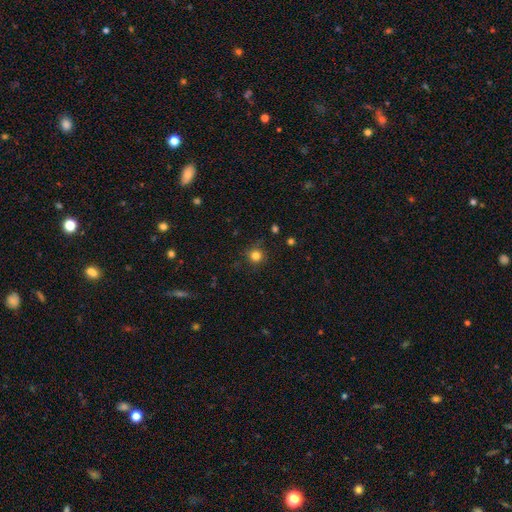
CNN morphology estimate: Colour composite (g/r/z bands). It shows a smooth galaxy with no disk features (81%) that is round (94%). Merging: none (86%).